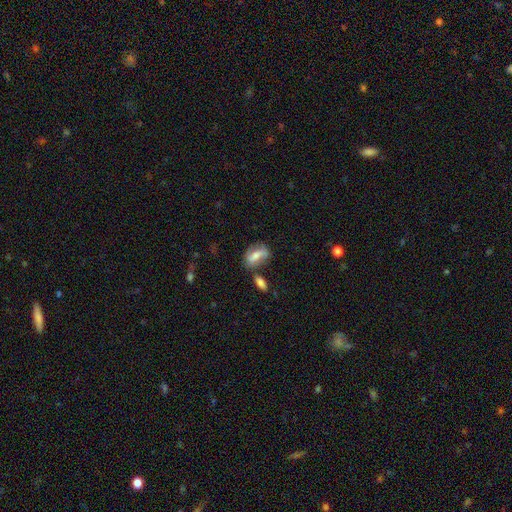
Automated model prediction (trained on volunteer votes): Morphology: type=featured or disk (47%); merging=none (58%).